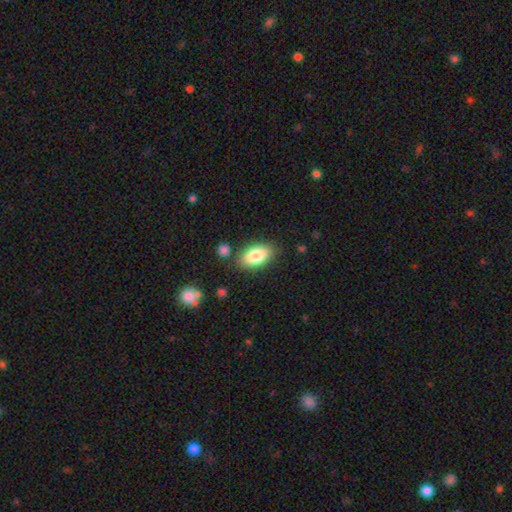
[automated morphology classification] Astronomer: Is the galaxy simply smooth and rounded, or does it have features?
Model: smooth — 82%.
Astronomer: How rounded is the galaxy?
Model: in between — 93%.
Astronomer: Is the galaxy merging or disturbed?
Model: none — 81%.